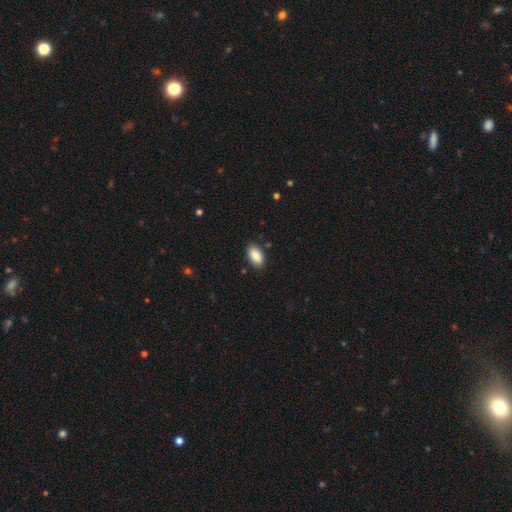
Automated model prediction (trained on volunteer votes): A smooth galaxy with no disk features (88%) that is in between round and cigar-shaped (94%). Merging: none (87%).